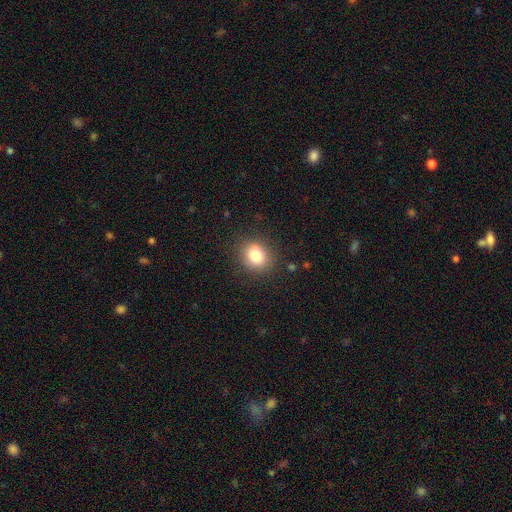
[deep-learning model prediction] Smooth or featured: smooth — 81% (star or artifact — 11%)
How rounded: round — 67% (in between — 32%)
Merging: none — 86% (minor disturbance — 10%)